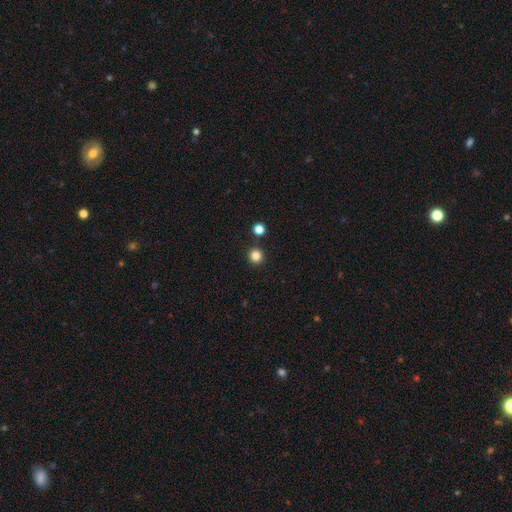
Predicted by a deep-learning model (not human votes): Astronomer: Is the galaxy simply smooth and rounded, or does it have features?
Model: smooth — 83%.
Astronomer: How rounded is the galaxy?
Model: round — 95%.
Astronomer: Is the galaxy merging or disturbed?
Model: none — 90%.